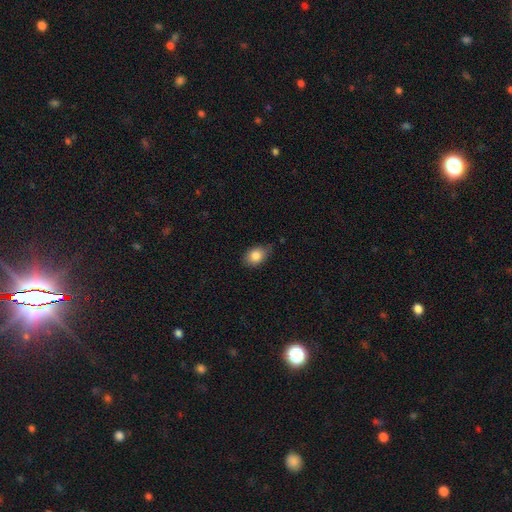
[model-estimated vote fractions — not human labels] smooth_or_featured: smooth (p=0.84) [alt: star or artifact p=0.08]
how_rounded: in between (p=0.76) [alt: round p=0.23]
merging: none (p=0.72) [alt: minor disturbance p=0.23]